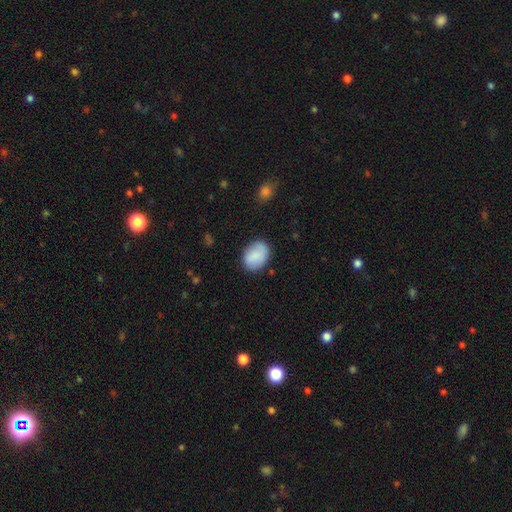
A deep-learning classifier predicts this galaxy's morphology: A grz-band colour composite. It shows a smooth galaxy with no disk features (84%) that is in between round and cigar-shaped (64%). Merging: none (78%).